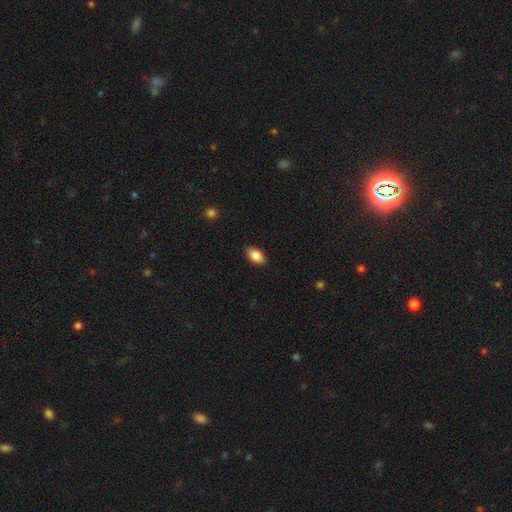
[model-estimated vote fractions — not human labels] smooth 87%, star or artifact 7%, featured or disk 5%. Down the decision tree: how rounded — in between (93%); merging — none (89%).